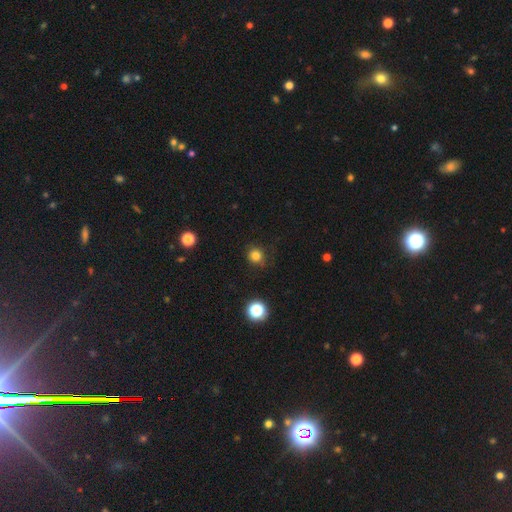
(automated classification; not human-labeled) A smooth galaxy with no disk features (81%) that is round (89%).

Vote fractions:
- Smooth or featured? smooth: 81% / star or artifact: 14% / featured or disk: 5%
- How rounded? round: 89% / in between: 10% / cigar-shaped: 1%
- Merging? none: 79% / minor disturbance: 15% / major disturbance: 5% / merger: 2%